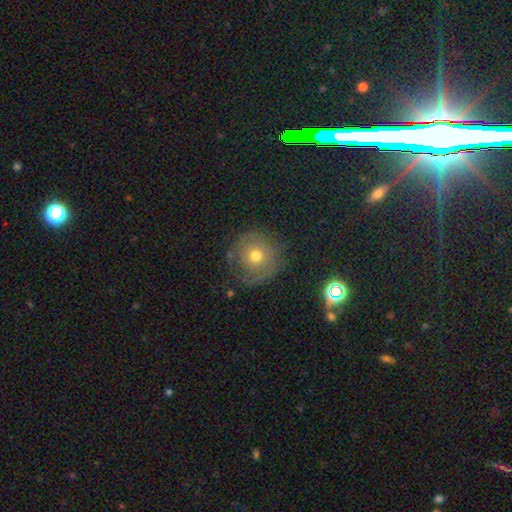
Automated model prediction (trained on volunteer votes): smooth_or_featured: smooth (p=0.47) [alt: featured or disk p=0.41]
merging: none (p=0.71) [alt: minor disturbance p=0.17]